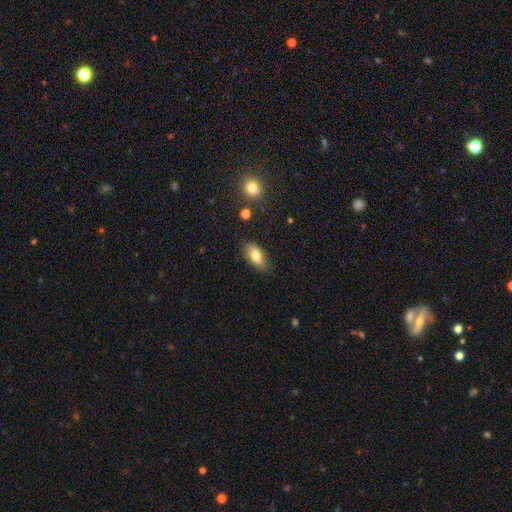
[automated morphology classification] smooth 75%, featured or disk 17%, star or artifact 8%. Down the decision tree: how rounded — in between (90%); merging — none (81%).